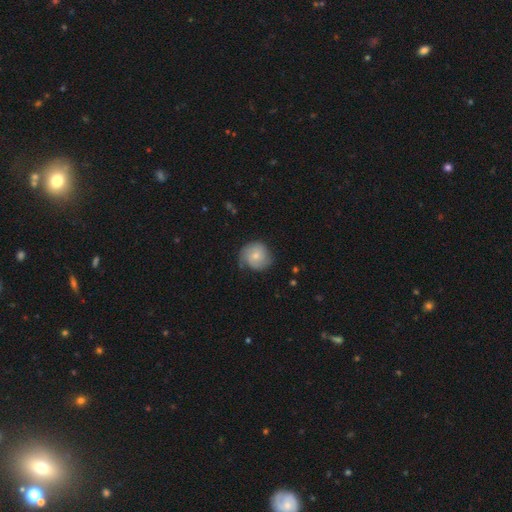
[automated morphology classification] Q: Smooth or featured?
A: smooth (53%); runner-up: featured or disk (40%)
Q: How rounded?
A: round (88%); runner-up: in between (11%)
Q: Merging?
A: none (64%); runner-up: minor disturbance (26%)